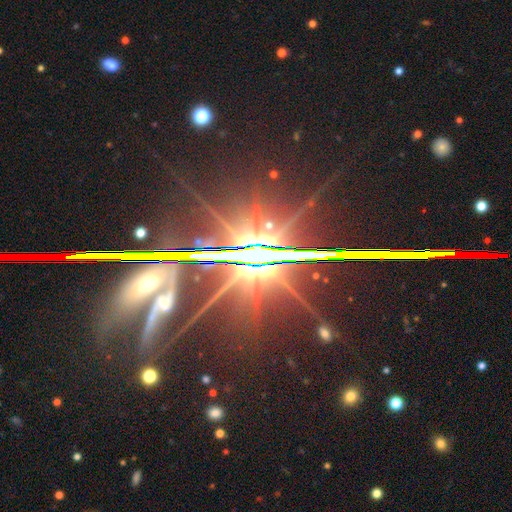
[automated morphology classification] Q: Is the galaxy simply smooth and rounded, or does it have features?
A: star or artifact — 82%.